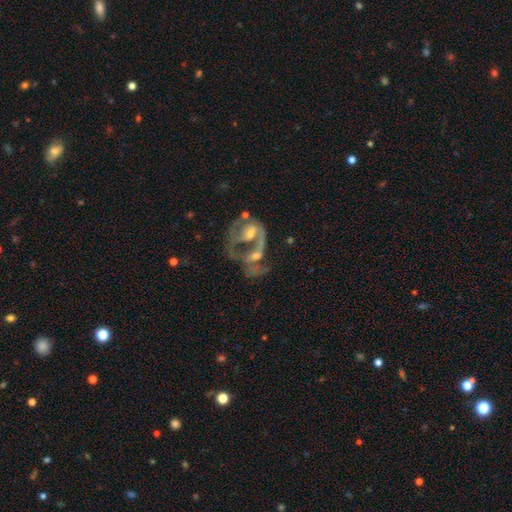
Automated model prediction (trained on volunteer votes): A featured or disk galaxy (71%) with no bar (54%), spiral arms (64%) and a moderate central bulge (47%).

Vote fractions:
- Smooth or featured? featured or disk: 71% / smooth: 20% / star or artifact: 9%
- Edge-on disk? no: 97% / yes: 3%
- Bar? no: 54% / weak: 33% / strong: 13%
- Spiral arms? yes: 64% / no: 36%
- Bulge size? moderate: 47% / small: 31% / none: 13% / large: 7% / dominant: 2%
- Merging? merger: 62% / major disturbance: 18% / none: 13% / minor disturbance: 7%